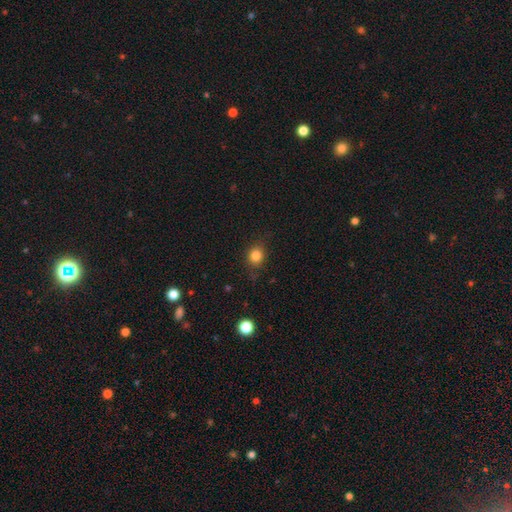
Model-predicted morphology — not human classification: Smooth or featured? Predicted: smooth (p=0.82). How rounded? Predicted: round (p=0.77). Merging? Predicted: none (p=0.80).